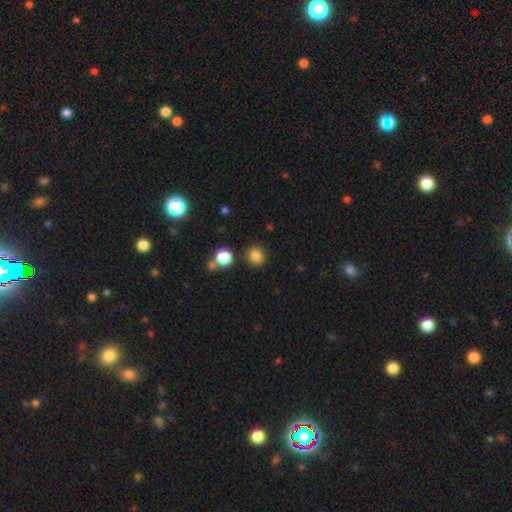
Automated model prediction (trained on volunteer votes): smooth_or_featured: smooth (p=0.84) [alt: star or artifact p=0.12]
how_rounded: round (p=0.82) [alt: in between p=0.17]
merging: none (p=0.84) [alt: minor disturbance p=0.08]